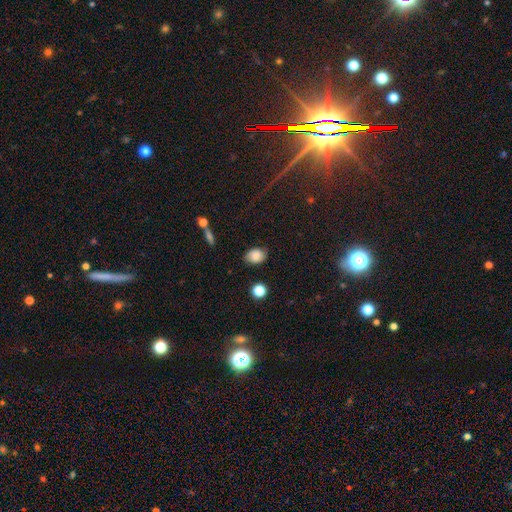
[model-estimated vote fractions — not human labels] smooth_or_featured: smooth (p=0.78) [alt: featured or disk p=0.12]
how_rounded: in between (p=0.72) [alt: round p=0.27]
merging: none (p=0.77) [alt: minor disturbance p=0.17]